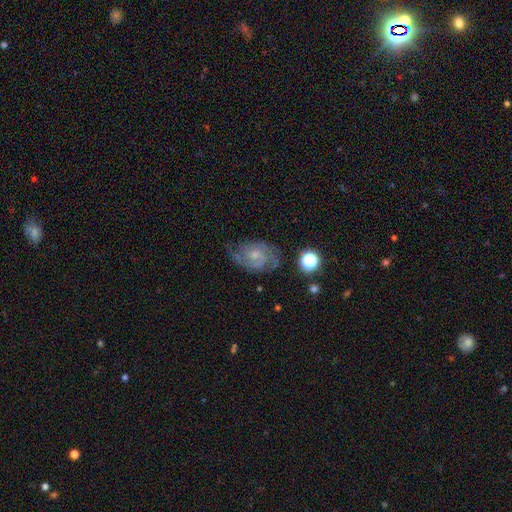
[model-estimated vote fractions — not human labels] The model was most divided on "spiral winding": tight: 52%, medium: 39%, loose: 9%. More confident: edge-on disk — no (97%); spiral arms — yes (96%); smooth or featured — featured or disk (81%); merging — none (69%); bar — no (62%); spiral arm count — 2 (58%); bulge size — small (57%).